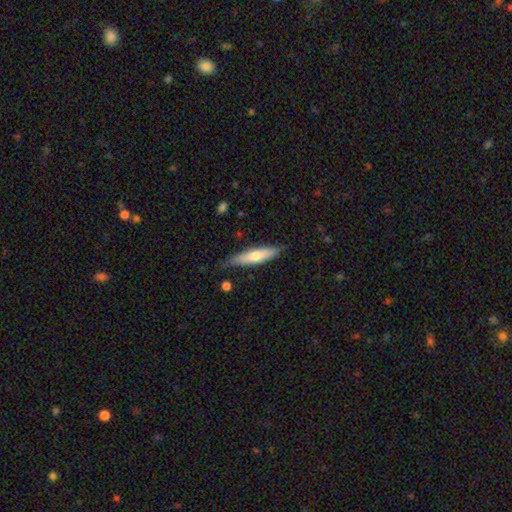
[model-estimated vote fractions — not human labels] Overall: smooth (63%; featured or disk 31%). How rounded: cigar-shaped (77%). Merging: none (75%).